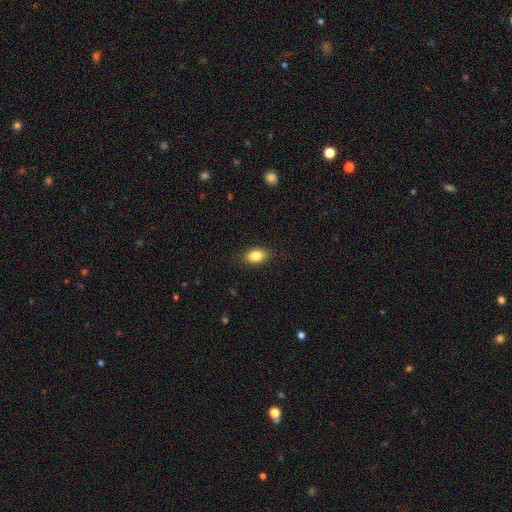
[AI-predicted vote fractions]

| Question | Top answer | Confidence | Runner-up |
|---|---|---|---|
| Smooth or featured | smooth | 83% | featured or disk (8%) |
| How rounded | in between | 86% | round (12%) |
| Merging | none | 87% | minor disturbance (10%) |